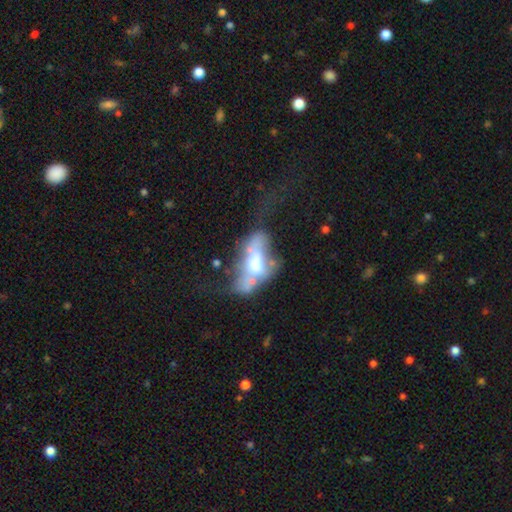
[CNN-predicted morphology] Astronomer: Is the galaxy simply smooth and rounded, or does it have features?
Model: featured or disk — 53% (runner-up: smooth, 36%).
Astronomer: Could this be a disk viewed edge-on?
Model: no — 89%.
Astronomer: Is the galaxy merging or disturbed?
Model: merger — 35% (runner-up: major disturbance, 34%).